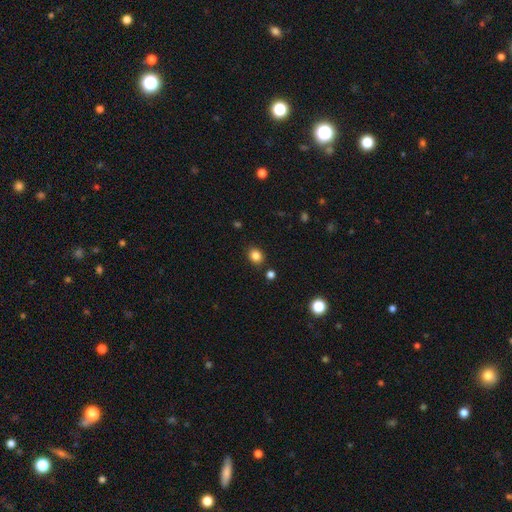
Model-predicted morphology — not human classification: Overall: smooth (84%). How rounded: round (63%; in between 36%). Merging: none (86%).